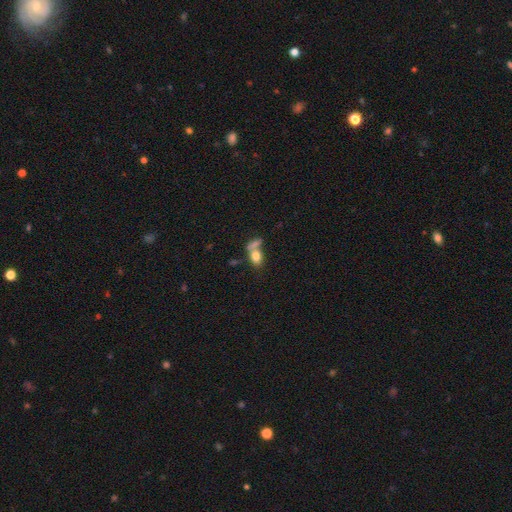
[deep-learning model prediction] This is likely a smooth galaxy (78%). How rounded: likely in between (77%). Merging: possibly merger (48%).